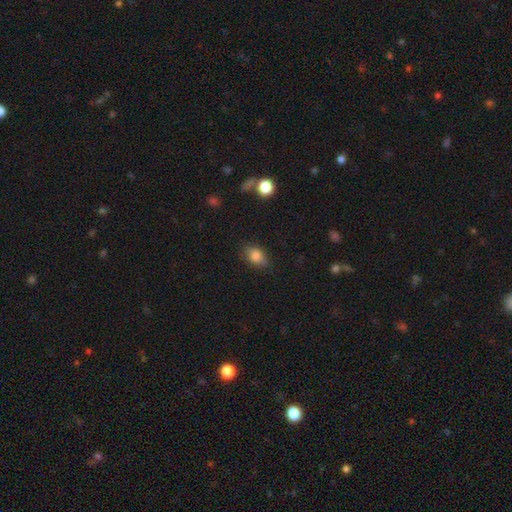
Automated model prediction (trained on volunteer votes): A smooth galaxy with no disk features (82%) that is in between round and cigar-shaped (79%). Merging: none (79%).